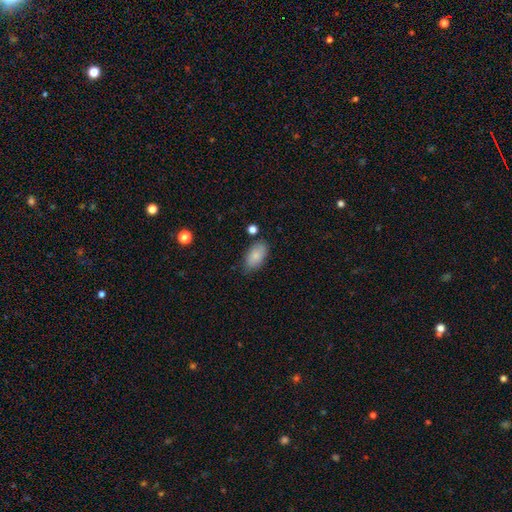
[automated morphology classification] Smooth or featured: smooth — 84% (featured or disk — 9%)
How rounded: in between — 93% (round — 4%)
Merging: none — 78% (minor disturbance — 16%)